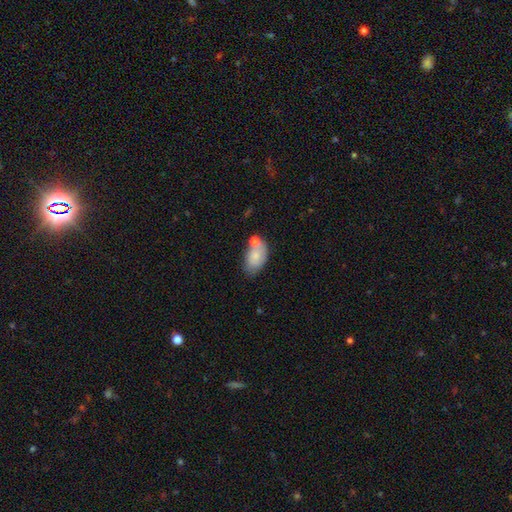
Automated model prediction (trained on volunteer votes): Smooth or featured?
  - smooth: 76% *
  - featured or disk: 17%
  - star or artifact: 7%
How rounded?
  - in between: 91% *
  - round: 8%
  - cigar-shaped: 1%
Merging?
  - none: 47% *
  - merger: 23%
  - minor disturbance: 23%
  - major disturbance: 7%